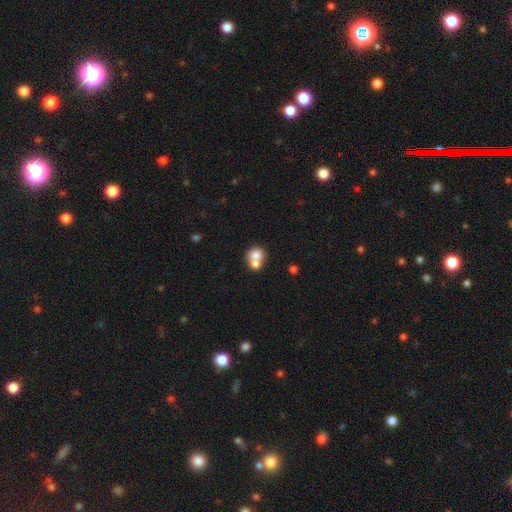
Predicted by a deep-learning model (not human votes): Smooth or featured: smooth — 74% (featured or disk — 17%)
How rounded: round — 73% (in between — 26%)
Merging: merger — 61% (none — 30%)